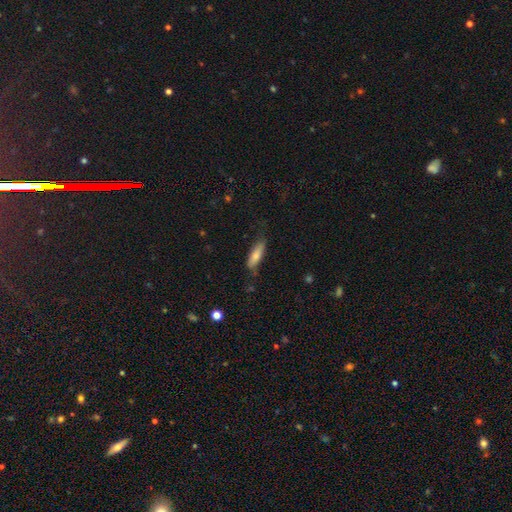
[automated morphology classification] The model was most divided on "how rounded": cigar-shaped: 58%, in between: 40%, round: 2%. More confident: smooth or featured — smooth (73%); merging — none (68%).